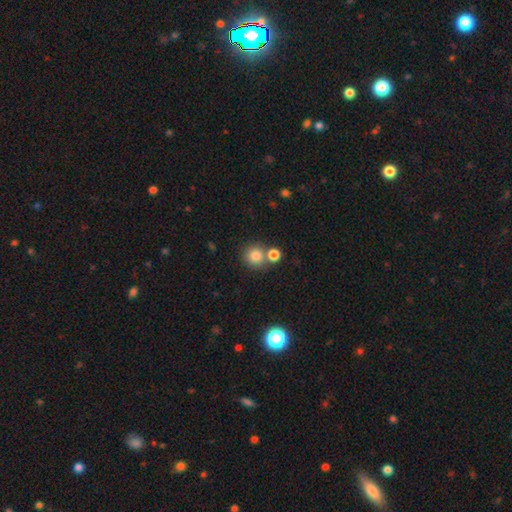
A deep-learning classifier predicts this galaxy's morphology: A smooth galaxy with no disk features (82%) that is round (90%). Merging: none (64%).